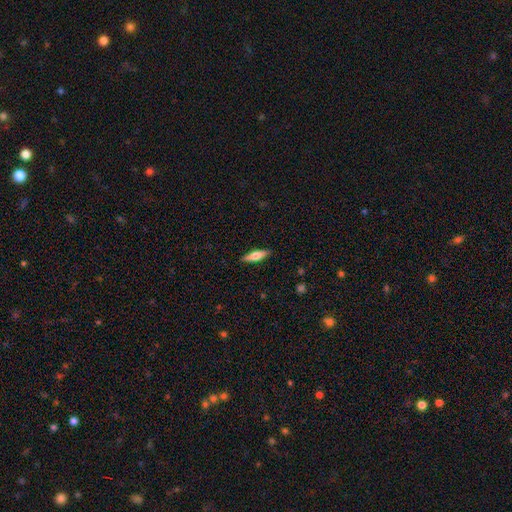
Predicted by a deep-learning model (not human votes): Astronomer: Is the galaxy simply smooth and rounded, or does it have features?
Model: smooth — 56% (runner-up: featured or disk, 38%).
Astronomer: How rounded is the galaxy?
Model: cigar-shaped — 64%.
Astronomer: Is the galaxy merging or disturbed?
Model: none — 89%.